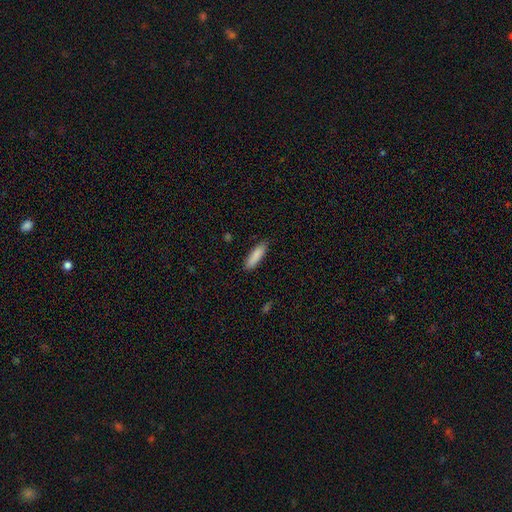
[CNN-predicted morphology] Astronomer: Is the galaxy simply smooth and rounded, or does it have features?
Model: smooth — 87%.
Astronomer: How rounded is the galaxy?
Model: cigar-shaped — 58% (runner-up: in between, 41%).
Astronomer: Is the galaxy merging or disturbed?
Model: none — 85%.